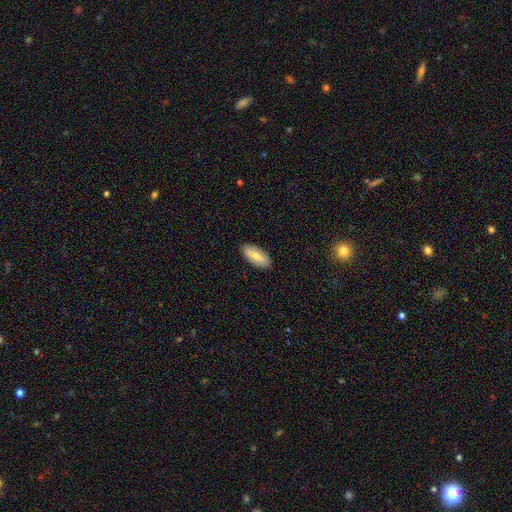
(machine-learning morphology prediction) Smooth or featured: smooth — 72% (featured or disk — 22%)
How rounded: in between — 85% (cigar-shaped — 13%)
Merging: none — 89% (minor disturbance — 8%)